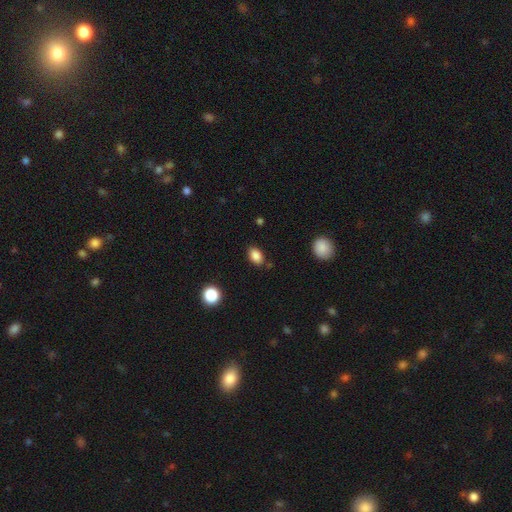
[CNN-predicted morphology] smooth_or_featured: smooth (p=0.86) [alt: star or artifact p=0.09]
how_rounded: in between (p=0.85) [alt: round p=0.13]
merging: none (p=0.83) [alt: minor disturbance p=0.12]